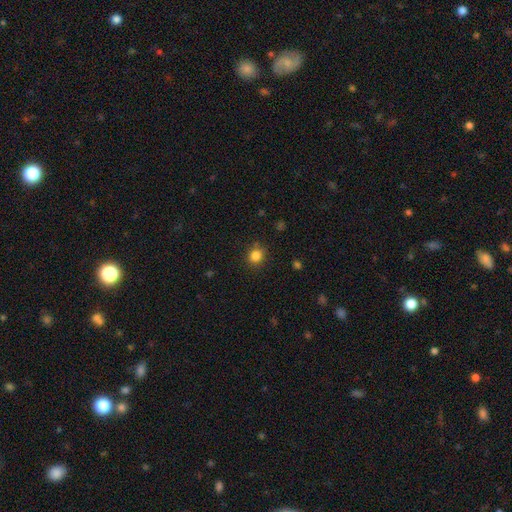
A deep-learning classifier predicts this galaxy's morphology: smooth 84%, star or artifact 12%, featured or disk 4%. Down the decision tree: how rounded — round (80%); merging — none (86%).